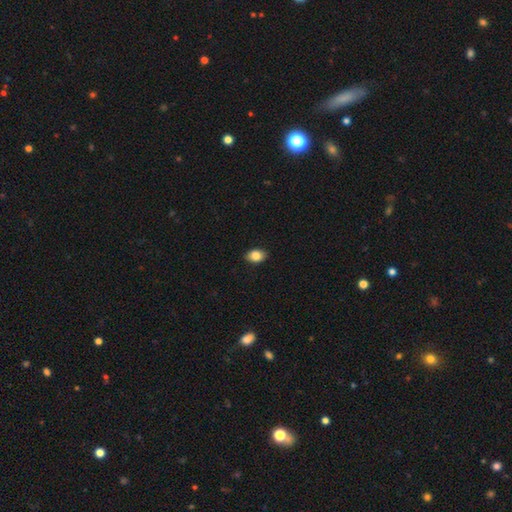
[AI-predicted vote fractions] This is clearly a smooth galaxy (85%). How rounded: clearly in between (81%). Merging: clearly none (89%).